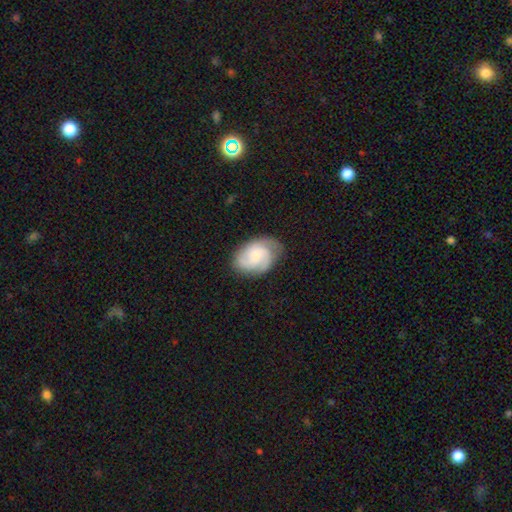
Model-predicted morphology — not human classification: type=featured or disk (71%); edge-on=no (98%); bar=no (63%); spiral arms=yes (95%); winding=medium (47%); arm count=3 (51%); bulge=small (51%); merging=none (71%).